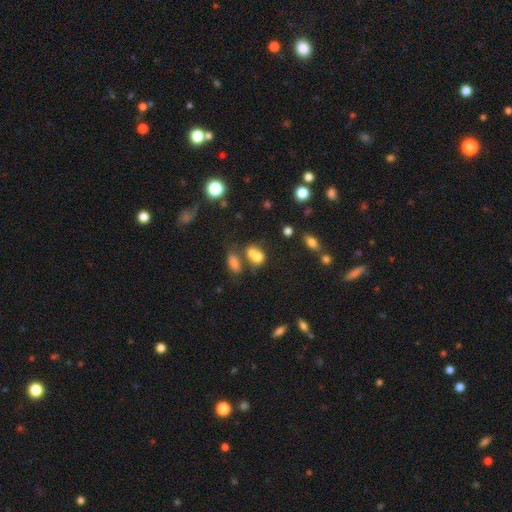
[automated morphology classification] The model was most divided on "how rounded": in between: 54%, round: 44%, cigar-shaped: 2%. More confident: smooth or featured — smooth (71%); merging — merger (57%).